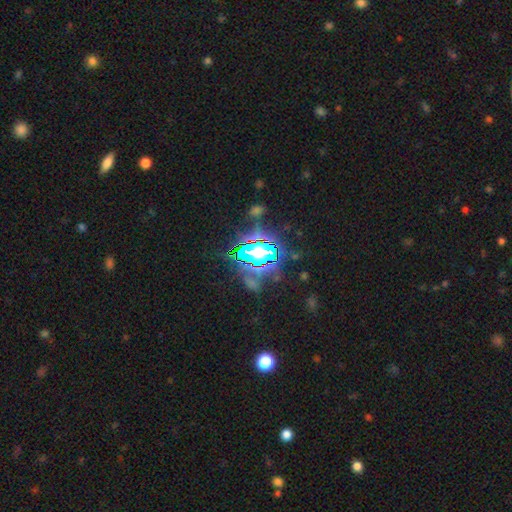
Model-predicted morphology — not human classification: Q: Smooth or featured?
A: star or artifact (81%); runner-up: smooth (10%)